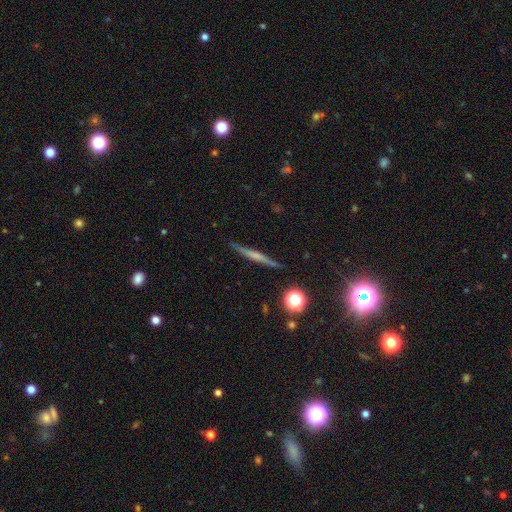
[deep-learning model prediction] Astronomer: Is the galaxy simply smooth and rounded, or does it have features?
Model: featured or disk — 53% (runner-up: smooth, 37%).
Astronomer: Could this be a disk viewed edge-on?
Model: yes — 96%.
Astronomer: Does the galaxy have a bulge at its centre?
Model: none — 55% (runner-up: rounded, 32%).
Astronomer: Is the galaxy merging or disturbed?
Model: none — 88%.